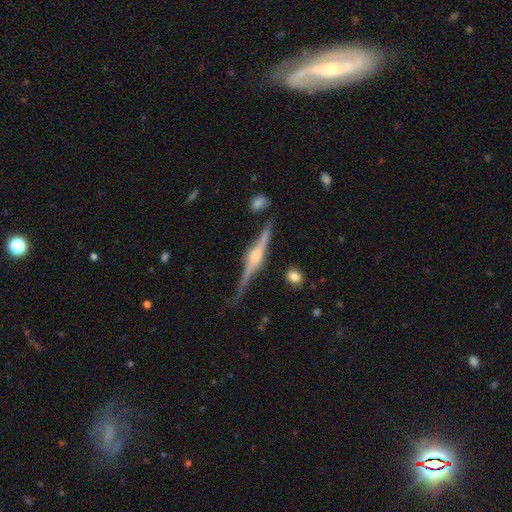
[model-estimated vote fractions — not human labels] Q: Smooth or featured?
A: featured or disk (87%); runner-up: smooth (7%)
Q: Edge-on disk?
A: yes (98%); runner-up: no (2%)
Q: Edge-on bulge?
A: rounded (86%); runner-up: boxy (11%)
Q: Merging?
A: none (79%); runner-up: minor disturbance (14%)